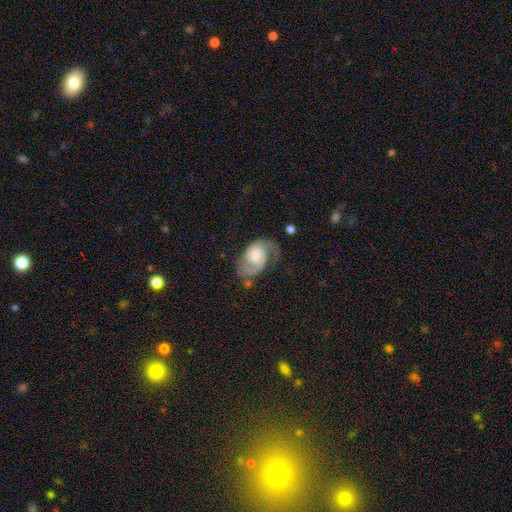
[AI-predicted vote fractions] Smooth or featured? featured or disk (79%)
Edge-on disk? no (97%)
Bar? no (63%)
Spiral arms? yes (93%)
Spiral winding? medium (45%)
Spiral arm count? 2 (73%)
Bulge size? moderate (55%)
Merging? none (50%)